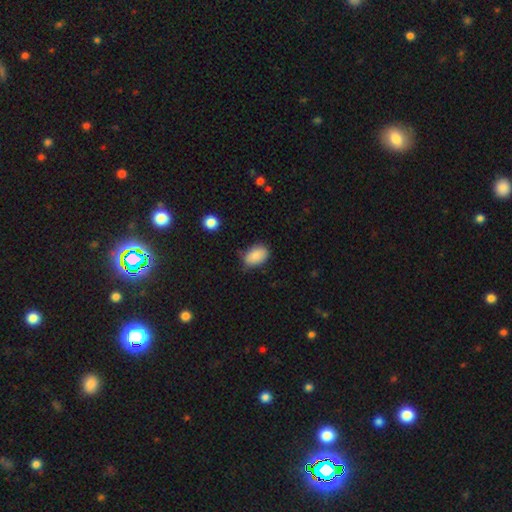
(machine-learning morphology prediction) Smooth or featured?
  - smooth: 87% *
  - star or artifact: 7%
  - featured or disk: 5%
How rounded?
  - in between: 89% *
  - round: 9%
  - cigar-shaped: 1%
Merging?
  - none: 70% *
  - minor disturbance: 24%
  - major disturbance: 4%
  - merger: 2%